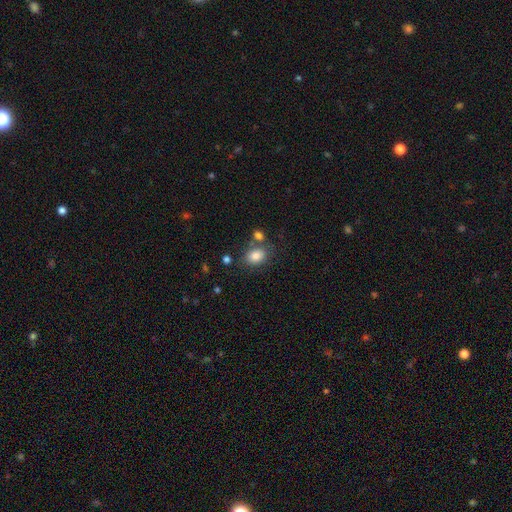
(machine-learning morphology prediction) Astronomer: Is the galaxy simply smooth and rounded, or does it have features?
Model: smooth — 83%.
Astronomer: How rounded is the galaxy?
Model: in between — 72%.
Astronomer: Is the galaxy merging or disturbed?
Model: none — 68%.